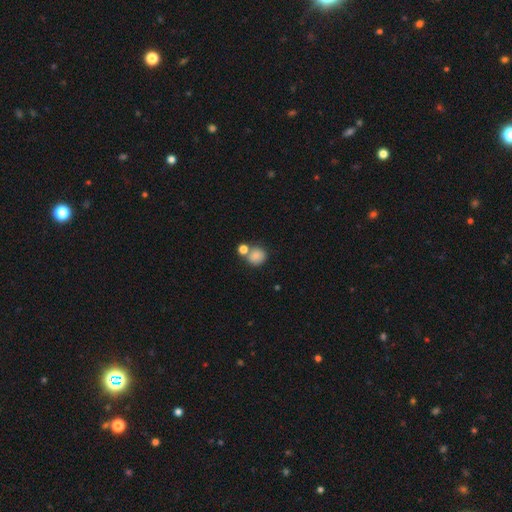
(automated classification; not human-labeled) Smooth or featured: smooth — 82% (star or artifact — 10%)
How rounded: round — 84% (in between — 15%)
Merging: none — 57% (merger — 28%)